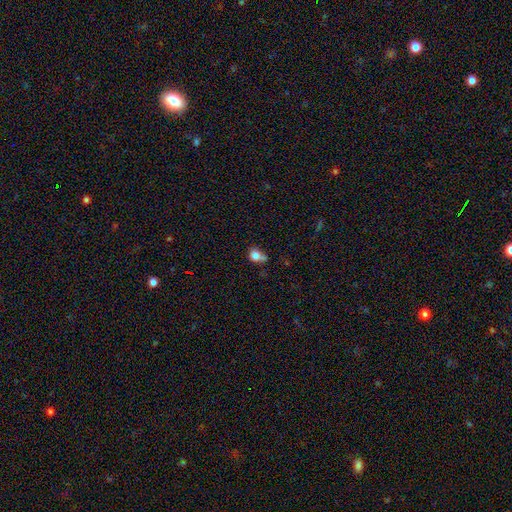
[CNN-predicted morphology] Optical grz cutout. It shows a smooth galaxy with no disk features (78%) that is round (58%). Merging: none (40%).